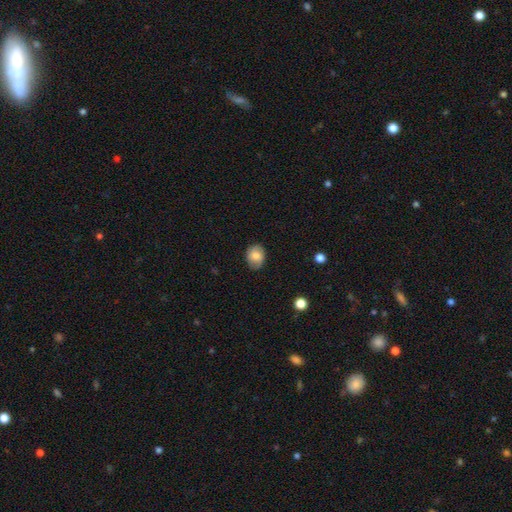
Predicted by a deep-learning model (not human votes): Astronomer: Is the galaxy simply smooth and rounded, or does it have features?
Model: smooth — 73%.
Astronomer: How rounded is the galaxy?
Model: in between — 53% (runner-up: round, 46%).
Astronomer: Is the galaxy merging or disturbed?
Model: none — 81%.